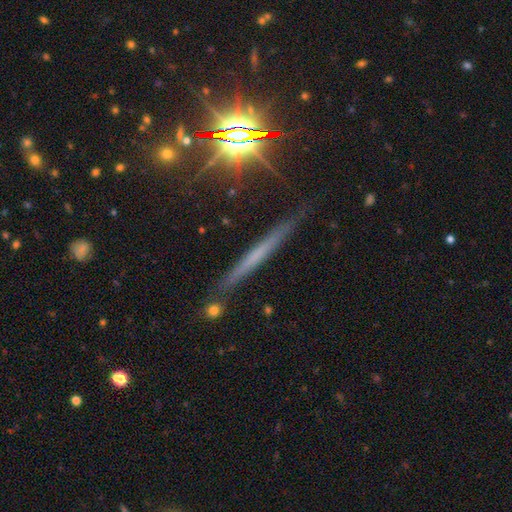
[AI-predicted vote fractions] Smooth or featured?
  - featured or disk: 47% *
  - smooth: 33%
  - star or artifact: 20%
Merging?
  - none: 84% *
  - minor disturbance: 11%
  - merger: 2%
  - major disturbance: 2%